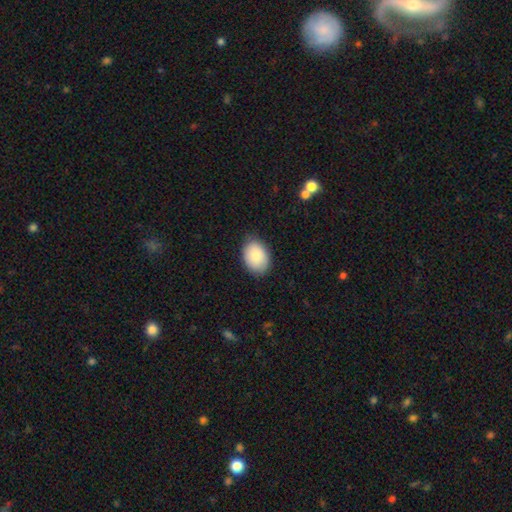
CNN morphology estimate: A smooth galaxy with no disk features (86%) that is in between round and cigar-shaped (79%).

Vote fractions:
- Smooth or featured? smooth: 86% / featured or disk: 7% / star or artifact: 6%
- How rounded? in between: 79% / round: 20% / cigar-shaped: 1%
- Merging? none: 83% / minor disturbance: 13% / major disturbance: 2% / merger: 1%